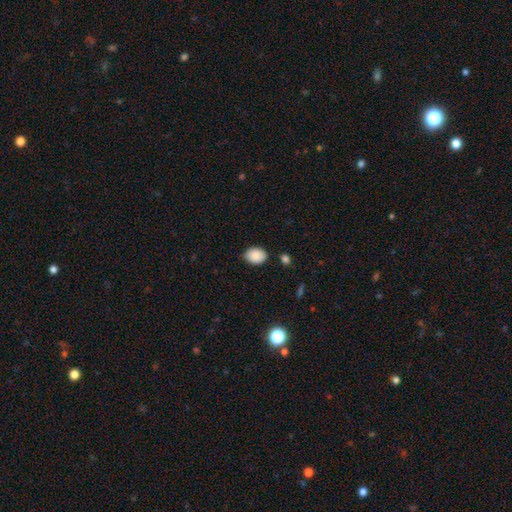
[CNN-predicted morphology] A smooth galaxy with no disk features (89%) that is in between round and cigar-shaped (74%).

Vote fractions:
- Smooth or featured? smooth: 89% / star or artifact: 8% / featured or disk: 3%
- How rounded? in between: 74% / round: 25% / cigar-shaped: 1%
- Merging? none: 82% / minor disturbance: 13% / major disturbance: 3% / merger: 2%